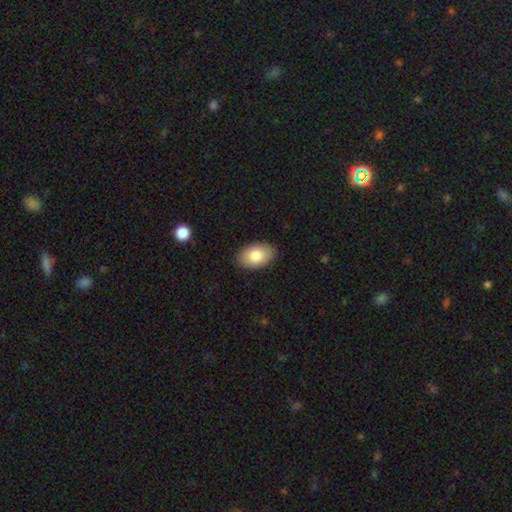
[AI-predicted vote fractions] smooth-or-featured: smooth: 82% | featured or disk: 11% | star or artifact: 7%
  how-rounded: in between: 91% | round: 8% | cigar-shaped: 1%
  merging: none: 87% | minor disturbance: 10% | major disturbance: 2% | merger: 1%